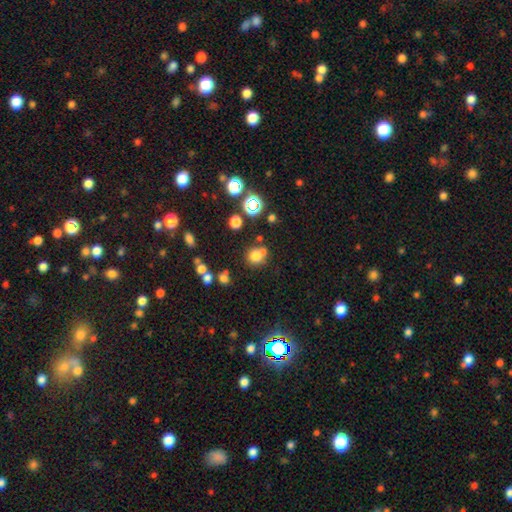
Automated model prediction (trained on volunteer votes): A smooth galaxy with no disk features (71%) that is round (87%).

Vote fractions:
- Smooth or featured? smooth: 71% / star or artifact: 18% / featured or disk: 11%
- How rounded? round: 87% / in between: 12% / cigar-shaped: 1%
- Merging? none: 57% / merger: 29% / minor disturbance: 10% / major disturbance: 4%